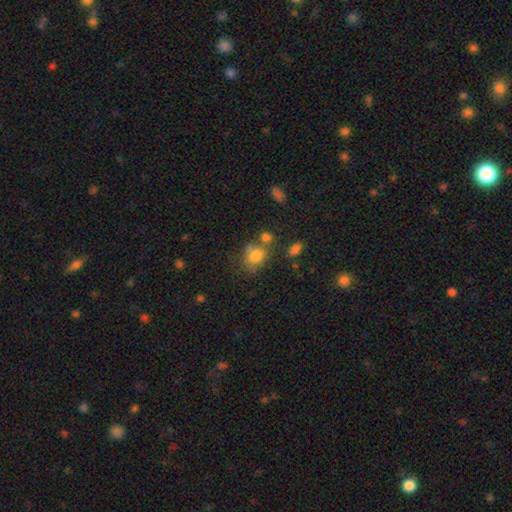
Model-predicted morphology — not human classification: Overall: smooth (76%). How rounded: in between (52%; round 47%). Merging: none (47%; merger 22%).